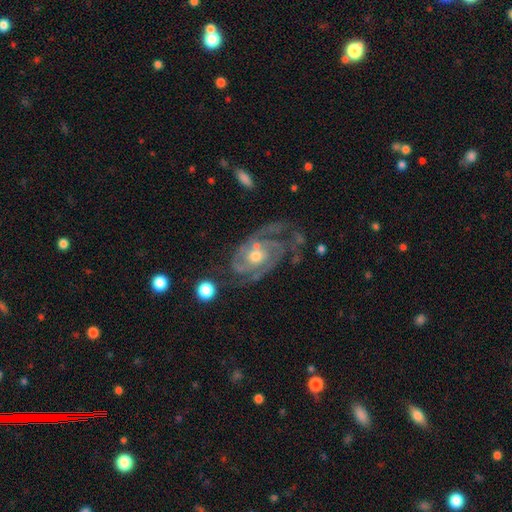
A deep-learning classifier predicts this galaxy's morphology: type=featured or disk (91%); edge-on=no (97%); bar=no (72%); spiral arms=yes (97%); winding=tight (56%); arm count=2 (62%); bulge=moderate (66%); merging=none (59%).